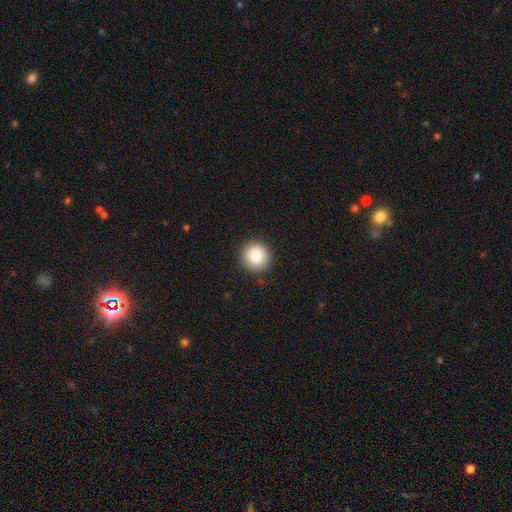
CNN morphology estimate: A smooth galaxy with no disk features (83%) that is round (93%).

Vote fractions:
- Smooth or featured? smooth: 83% / star or artifact: 9% / featured or disk: 8%
- How rounded? round: 93% / in between: 6% / cigar-shaped: 1%
- Merging? none: 90% / minor disturbance: 7% / major disturbance: 2% / merger: 1%